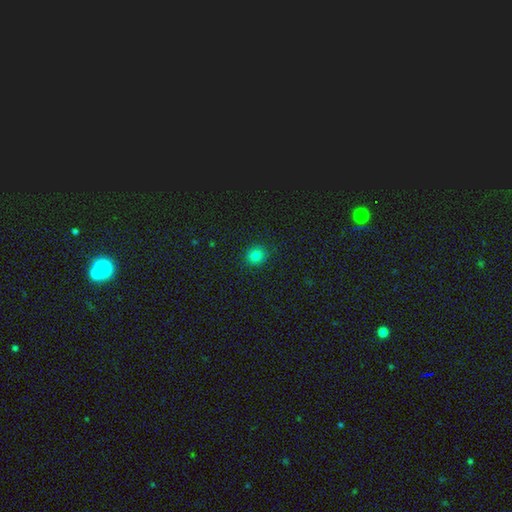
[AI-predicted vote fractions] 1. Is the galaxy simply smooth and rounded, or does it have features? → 81% smooth, 14% star or artifact, 5% featured or disk.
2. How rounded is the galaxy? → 84% round, 15% in between, 1% cigar-shaped.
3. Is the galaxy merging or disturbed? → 90% none, 7% minor disturbance, 2% major disturbance, 1% merger.